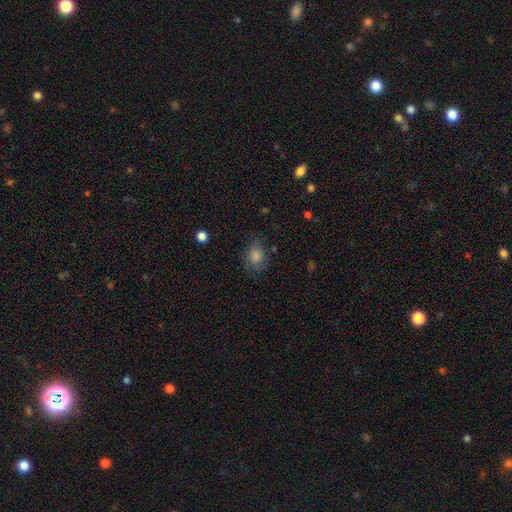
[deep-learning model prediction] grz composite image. It shows a smooth galaxy with no disk features (67%) that is round (51%). Merging: none (70%).